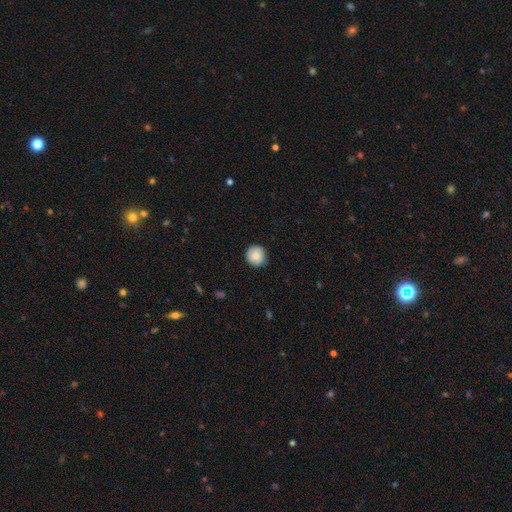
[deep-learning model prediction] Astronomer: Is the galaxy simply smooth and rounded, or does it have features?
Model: smooth — 83%.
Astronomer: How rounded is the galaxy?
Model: round — 93%.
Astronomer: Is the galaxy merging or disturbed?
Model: none — 87%.